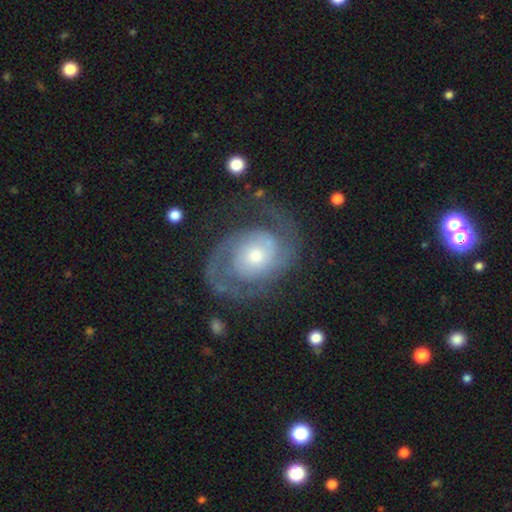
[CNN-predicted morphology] A featured or disk galaxy (87%) with no bar (73%), 2 (80%) tight (50%) spiral arms (96%) and a moderate central bulge (56%).

Vote fractions:
- Smooth or featured? featured or disk: 87% / smooth: 8% / star or artifact: 5%
- Edge-on disk? no: 98% / yes: 2%
- Bar? no: 73% / weak: 22% / strong: 5%
- Spiral arms? yes: 96% / no: 4%
- Spiral winding? tight: 50% / medium: 39% / loose: 11%
- Spiral arm count? 2: 80% / can't tell: 7% / 3: 5% / 1: 4% / 4: 2% / more than 4: 2%
- Bulge size? moderate: 56% / small: 34% / large: 8% / none: 2% / dominant: 1%
- Merging? none: 69% / minor disturbance: 16% / major disturbance: 13% / merger: 2%